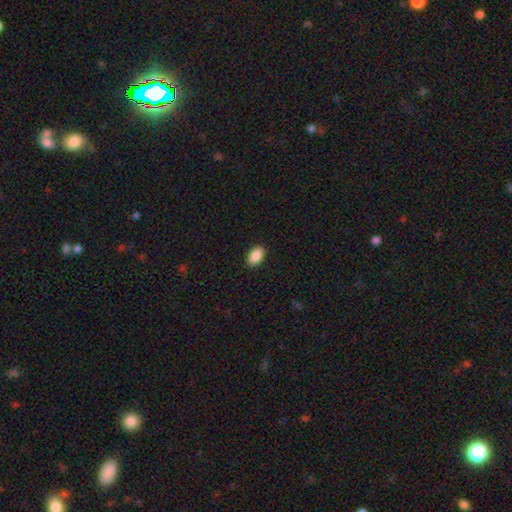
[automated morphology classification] This is clearly a smooth galaxy (89%). How rounded: clearly in between (93%). Merging: clearly none (90%).